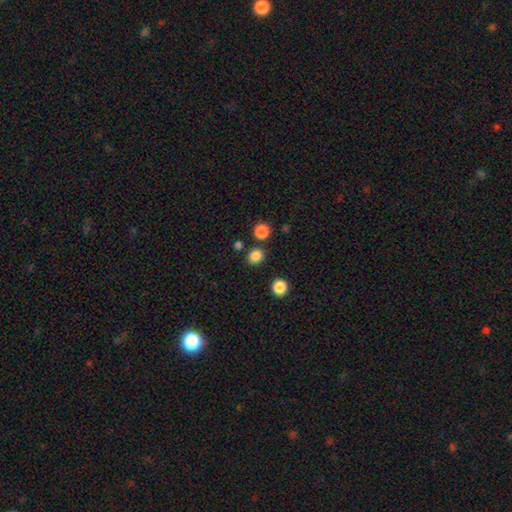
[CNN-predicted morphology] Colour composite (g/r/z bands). It shows a smooth galaxy with no disk features (83%) that is round (82%). Merging: none (85%).